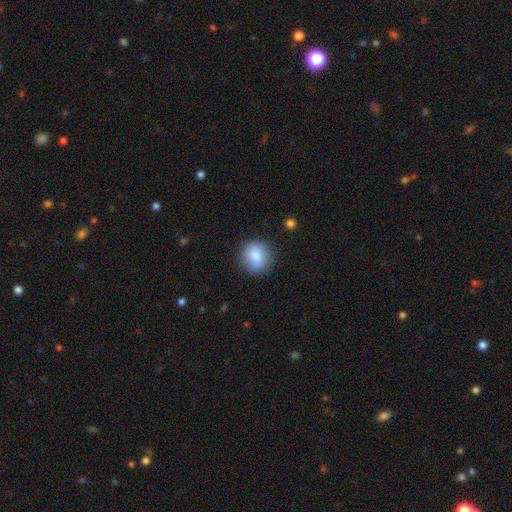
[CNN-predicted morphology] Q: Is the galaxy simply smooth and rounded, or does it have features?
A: smooth — 83%.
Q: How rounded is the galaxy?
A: round — 86%.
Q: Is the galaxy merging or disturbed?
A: none — 82%.